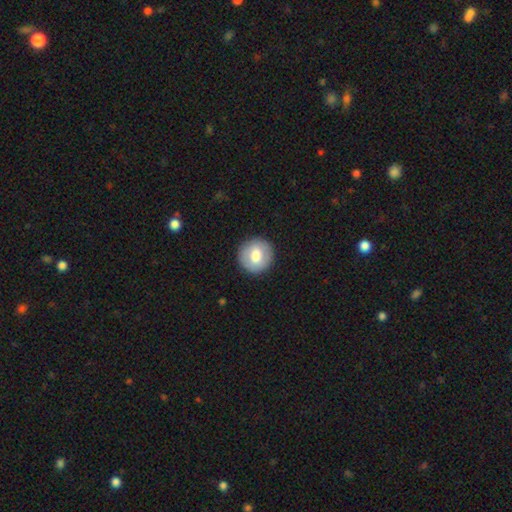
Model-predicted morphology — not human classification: This is likely a smooth galaxy (70%). How rounded: clearly round (93%). Merging: clearly none (90%).